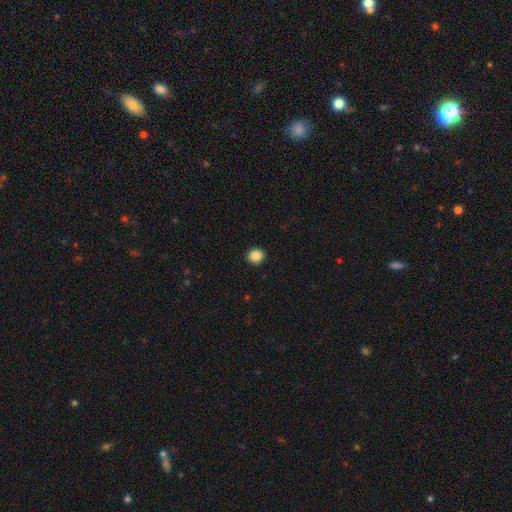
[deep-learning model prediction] A smooth galaxy with no disk features (86%) that is round (88%).

Vote fractions:
- Smooth or featured? smooth: 86% / star or artifact: 10% / featured or disk: 4%
- How rounded? round: 88% / in between: 11% / cigar-shaped: 1%
- Merging? none: 92% / minor disturbance: 5% / major disturbance: 2% / merger: 1%